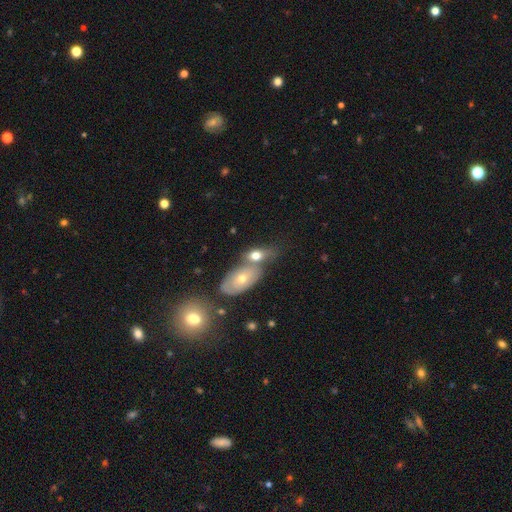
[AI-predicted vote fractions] A smooth galaxy with no disk features (60%) that is in between round and cigar-shaped (82%). Merging: merger (51%).